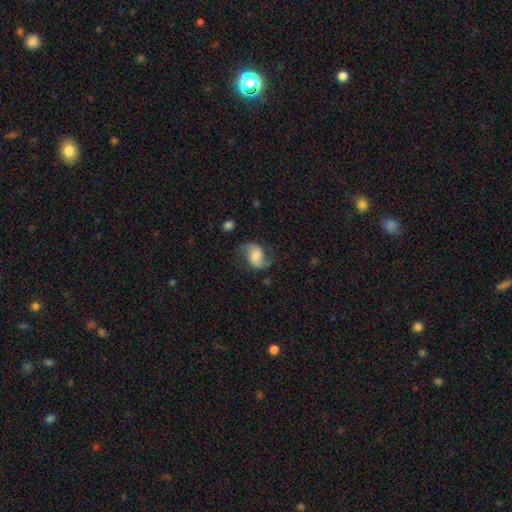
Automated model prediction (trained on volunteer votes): The model was most divided on "bulge size": moderate: 45%, small: 31%, large: 13%, none: 8%, dominant: 3%. More confident: edge-on disk — no (97%); spiral arms — yes (94%); spiral arm count — 2 (90%); smooth or featured — featured or disk (71%); merging — none (69%); spiral winding — loose (57%); bar — no (55%).